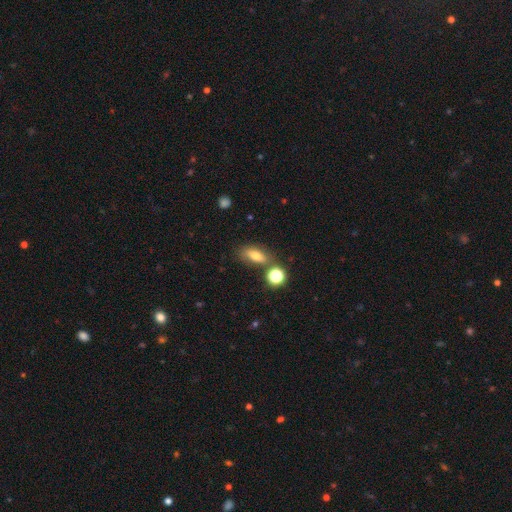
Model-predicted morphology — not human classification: This appears to be a smooth galaxy with no disk features (72%) that is in between round and cigar-shaped (72%). Merging: none (68%).